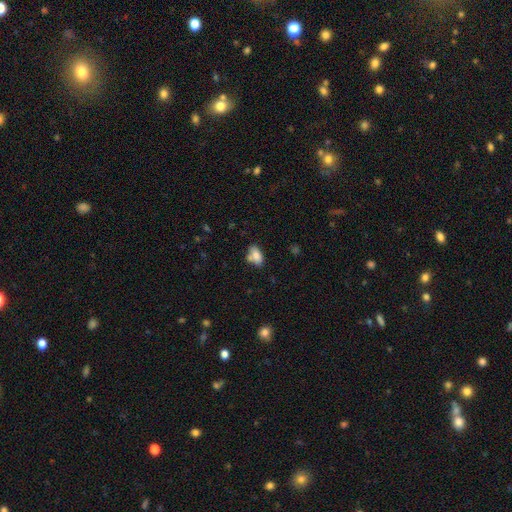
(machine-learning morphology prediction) This is likely a smooth galaxy (78%). How rounded: clearly in between (88%). Merging: possibly none (53%).